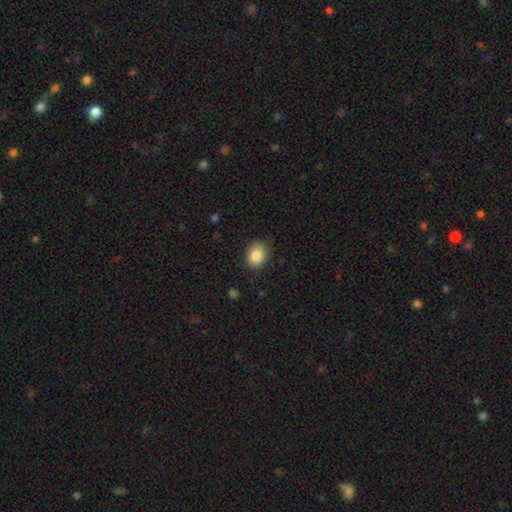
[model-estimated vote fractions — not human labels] This appears to be a smooth galaxy with no disk features (85%) that is in between round and cigar-shaped (50%). Merging: none (80%).